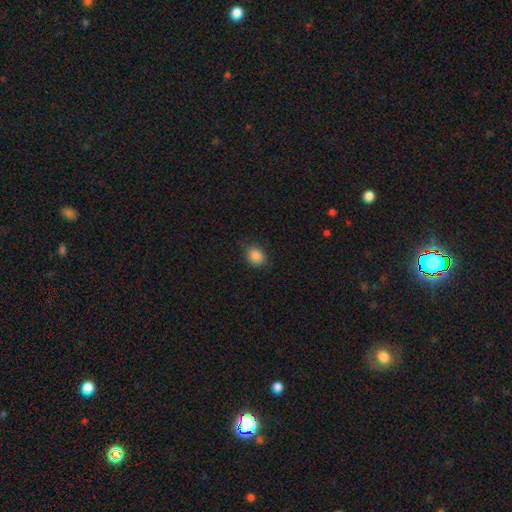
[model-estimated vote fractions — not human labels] This is clearly a smooth galaxy (87%). How rounded: possibly round (50%). Merging: clearly none (82%).